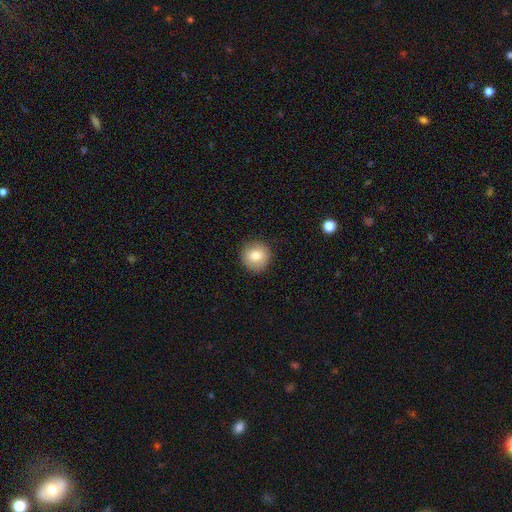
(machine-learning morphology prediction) Smooth or featured? Predicted: smooth (p=0.81). How rounded? Predicted: round (p=0.94). Merging? Predicted: none (p=0.90).